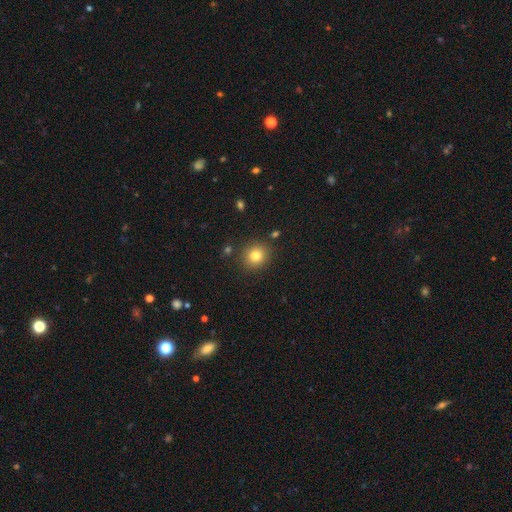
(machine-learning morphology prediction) Q: Smooth or featured?
A: smooth (80%); runner-up: star or artifact (12%)
Q: How rounded?
A: round (86%); runner-up: in between (13%)
Q: Merging?
A: none (87%); runner-up: minor disturbance (8%)